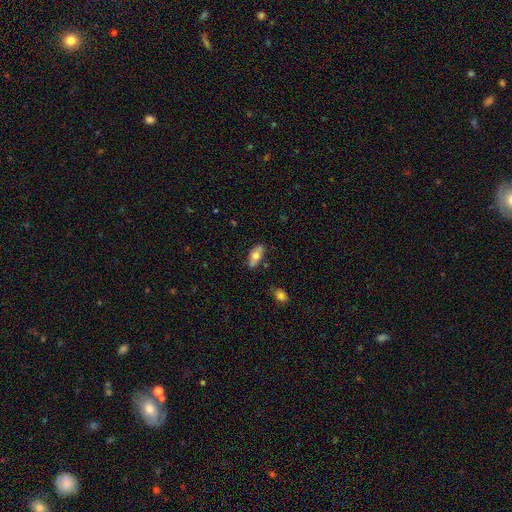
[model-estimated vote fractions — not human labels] smooth 66%, featured or disk 28%, star or artifact 7%. Down the decision tree: how rounded — in between (86%); merging — none (80%).